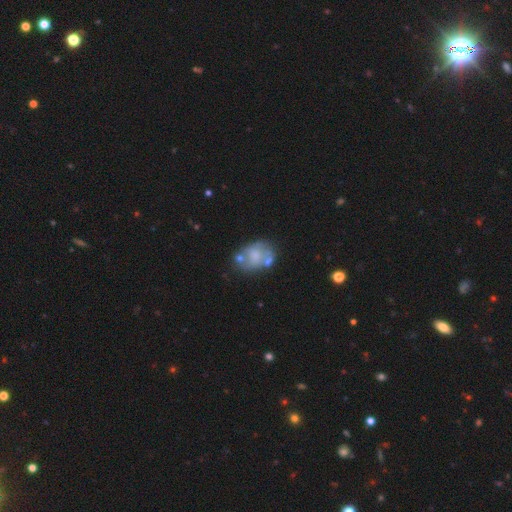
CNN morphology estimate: Overall: featured or disk (47%; smooth 44%). Merging: none (42%; minor disturbance 23%).